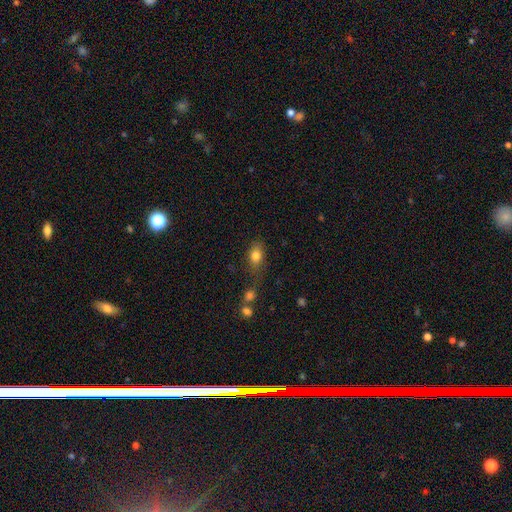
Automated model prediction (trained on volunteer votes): Smooth or featured?
  - smooth: 80% *
  - star or artifact: 10%
  - featured or disk: 9%
How rounded?
  - in between: 74% *
  - round: 22%
  - cigar-shaped: 3%
Merging?
  - none: 60% *
  - minor disturbance: 21%
  - merger: 11%
  - major disturbance: 8%